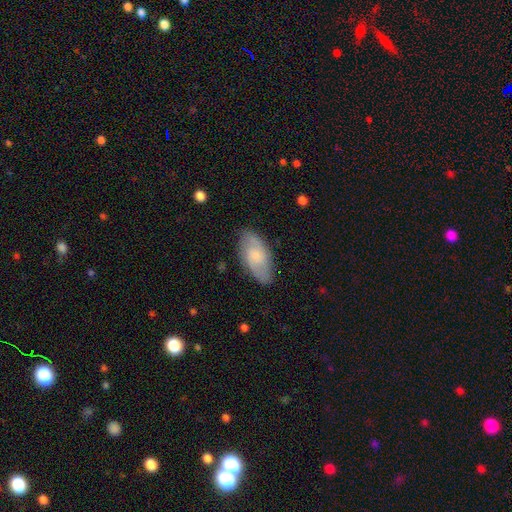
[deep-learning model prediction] The model was most divided on "smooth or featured": featured or disk: 52%, smooth: 42%, star or artifact: 6%. More confident: edge-on disk — no (92%); merging — none (80%).